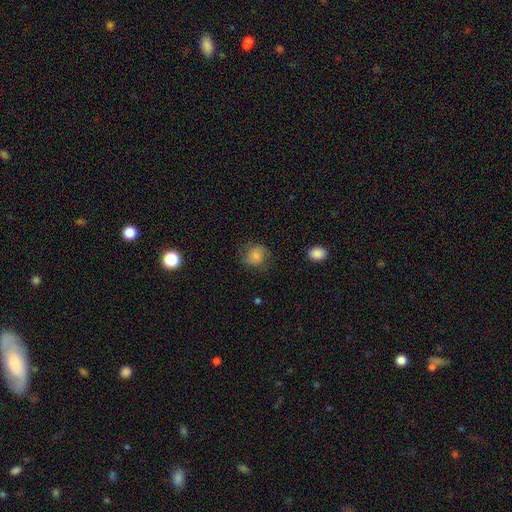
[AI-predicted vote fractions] A smooth galaxy with no disk features (72%) that is round (75%).

Vote fractions:
- Smooth or featured? smooth: 72% / featured or disk: 19% / star or artifact: 9%
- How rounded? round: 75% / in between: 24% / cigar-shaped: 1%
- Merging? none: 70% / minor disturbance: 20% / major disturbance: 9% / merger: 1%